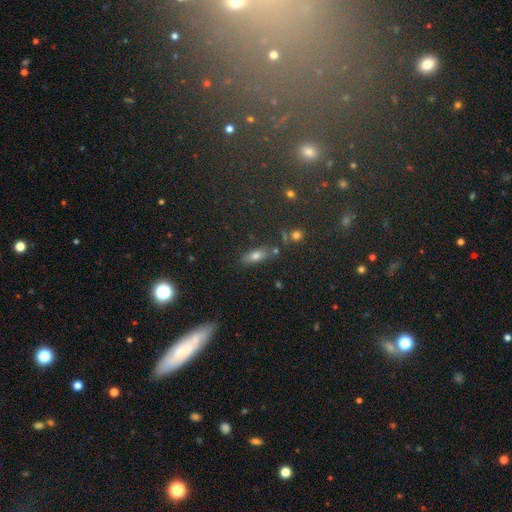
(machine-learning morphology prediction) Smooth or featured? Predicted: smooth (p=0.69). How rounded? Predicted: in between (p=0.71). Merging? Predicted: none (p=0.75).